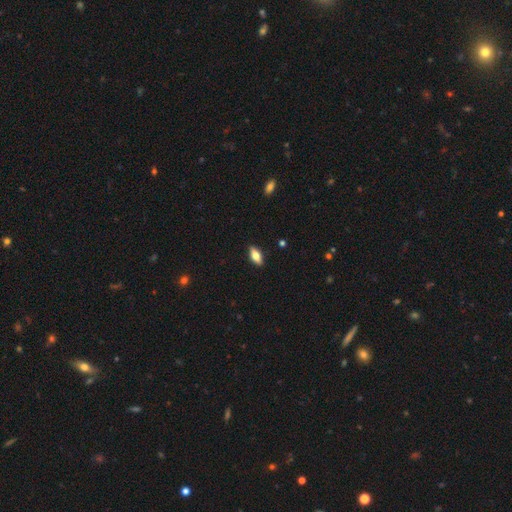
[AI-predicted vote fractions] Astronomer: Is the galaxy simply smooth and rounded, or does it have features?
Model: smooth — 68%.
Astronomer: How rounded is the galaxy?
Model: in between — 82%.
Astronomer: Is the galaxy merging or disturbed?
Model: none — 89%.